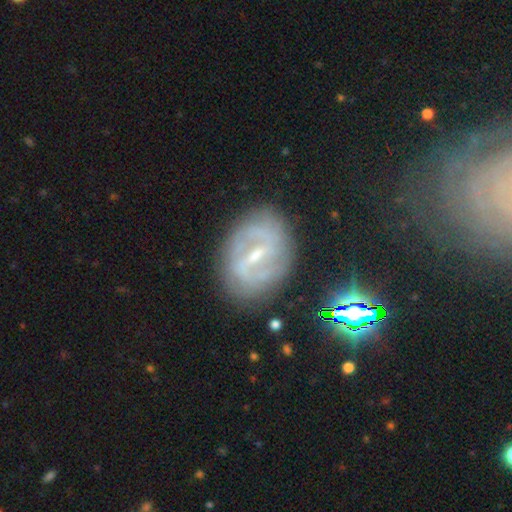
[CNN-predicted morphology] Overall: featured or disk (78%). Edge-on disk: no (95%). Bar: strong (55%; weak 36%). Spiral arms: yes (78%). Spiral arm count: 2 (69%). Spiral winding: medium (39%; tight 37%). Bulge size: small (61%; moderate 29%). Merging: none (77%).